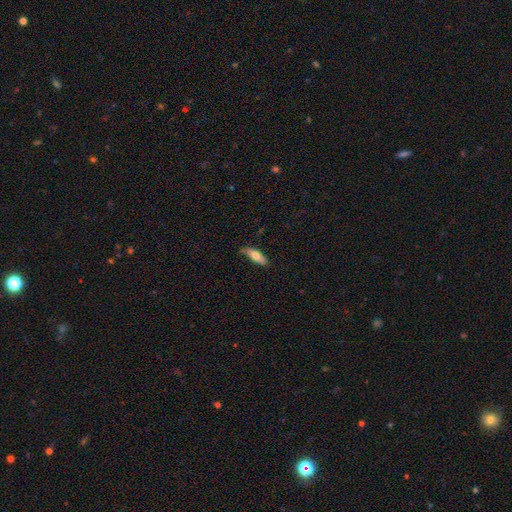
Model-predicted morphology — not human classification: A smooth galaxy with no disk features (69%) that is in between round and cigar-shaped (56%).

Vote fractions:
- Smooth or featured? smooth: 69% / featured or disk: 25% / star or artifact: 6%
- How rounded? in between: 56% / cigar-shaped: 42% / round: 2%
- Merging? none: 72% / minor disturbance: 23% / major disturbance: 4% / merger: 2%